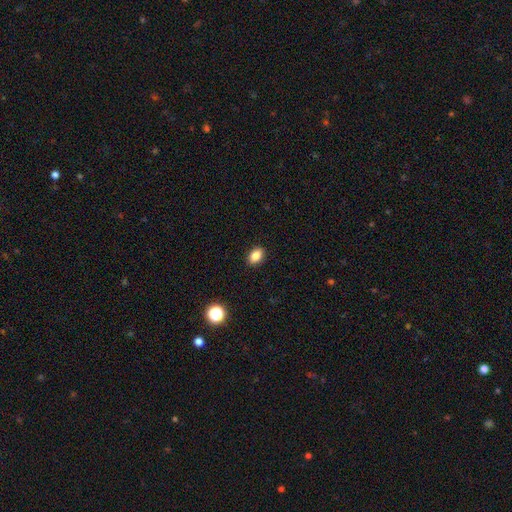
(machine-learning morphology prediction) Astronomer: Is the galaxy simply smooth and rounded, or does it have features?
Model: smooth — 85%.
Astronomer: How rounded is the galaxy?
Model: in between — 79%.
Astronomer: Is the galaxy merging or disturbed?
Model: none — 90%.